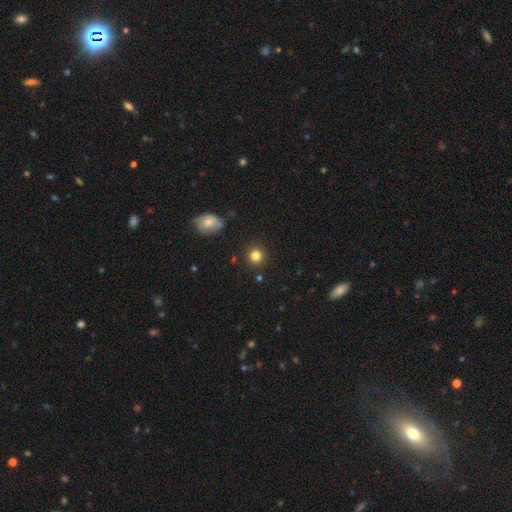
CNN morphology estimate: Q: Smooth or featured?
A: smooth (82%); runner-up: star or artifact (12%)
Q: How rounded?
A: round (92%); runner-up: in between (7%)
Q: Merging?
A: none (89%); runner-up: minor disturbance (6%)